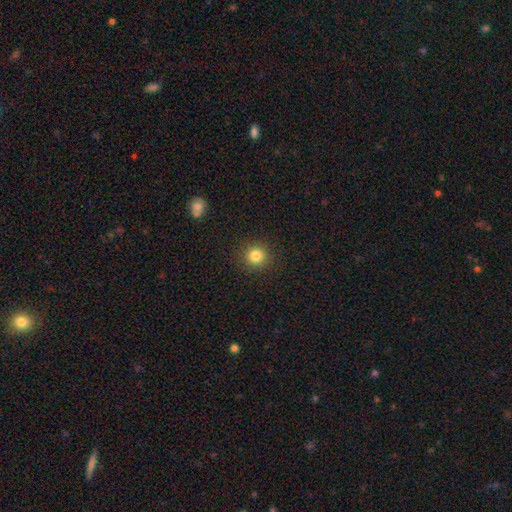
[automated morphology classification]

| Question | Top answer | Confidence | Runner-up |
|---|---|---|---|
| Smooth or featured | smooth | 82% | star or artifact (12%) |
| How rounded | round | 93% | in between (6%) |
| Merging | none | 91% | minor disturbance (6%) |